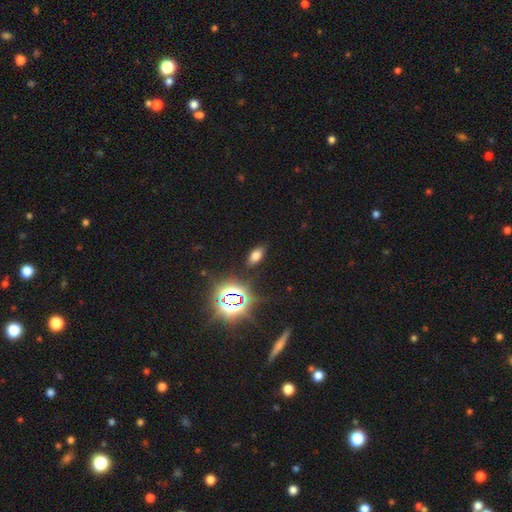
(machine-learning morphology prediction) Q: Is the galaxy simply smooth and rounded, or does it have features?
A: smooth — 62%.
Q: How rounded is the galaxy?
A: in between — 88%.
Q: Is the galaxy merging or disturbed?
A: none — 86%.